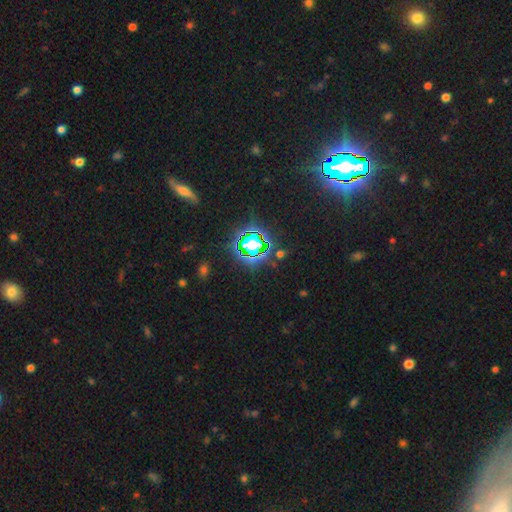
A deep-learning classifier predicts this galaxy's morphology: Smooth or featured? Predicted: star or artifact (p=0.78).